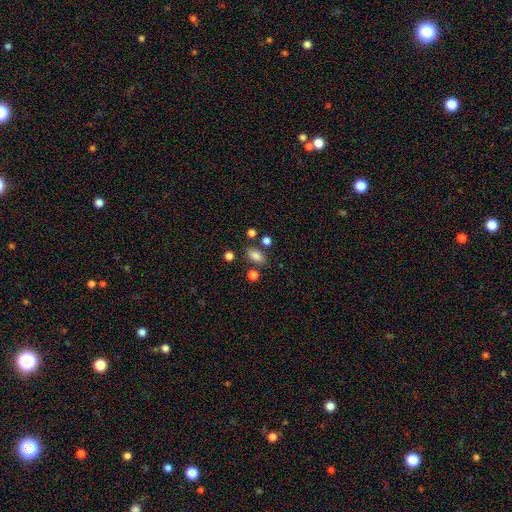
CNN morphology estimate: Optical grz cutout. It shows a smooth galaxy with no disk features (83%) that is in between round and cigar-shaped (86%). Merging: none (77%).